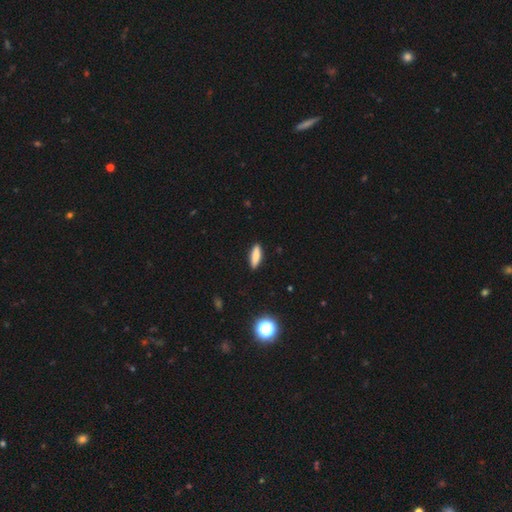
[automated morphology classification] Smooth or featured: smooth — 82% (featured or disk — 11%)
How rounded: cigar-shaped — 57% (in between — 41%)
Merging: none — 90% (minor disturbance — 7%)